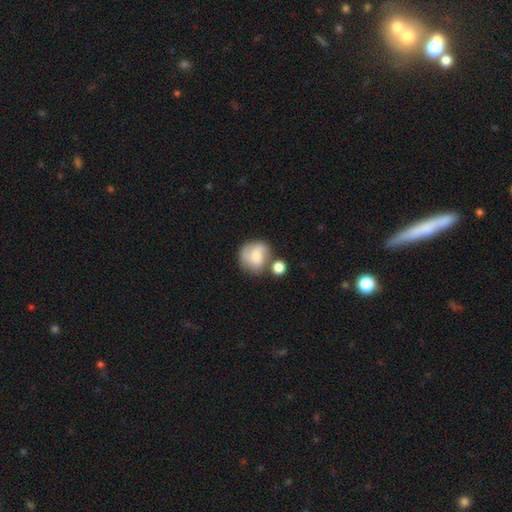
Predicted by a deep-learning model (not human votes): Q: Smooth or featured?
A: smooth (50%); runner-up: featured or disk (41%)
Q: How rounded?
A: round (84%); runner-up: in between (15%)
Q: Merging?
A: none (52%); runner-up: merger (23%)